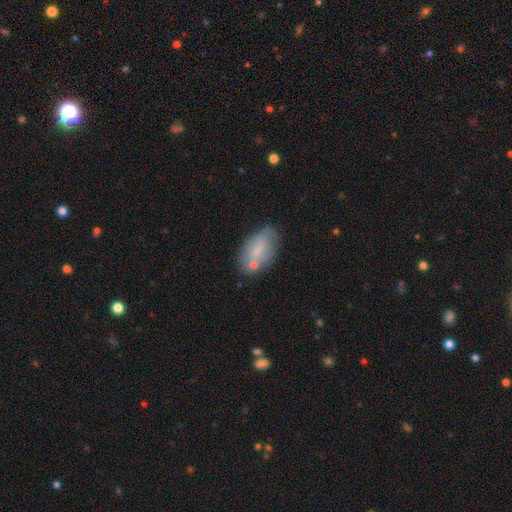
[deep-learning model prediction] smooth 67%, featured or disk 25%, star or artifact 9%. Down the decision tree: how rounded — in between (91%); merging — none (62%).